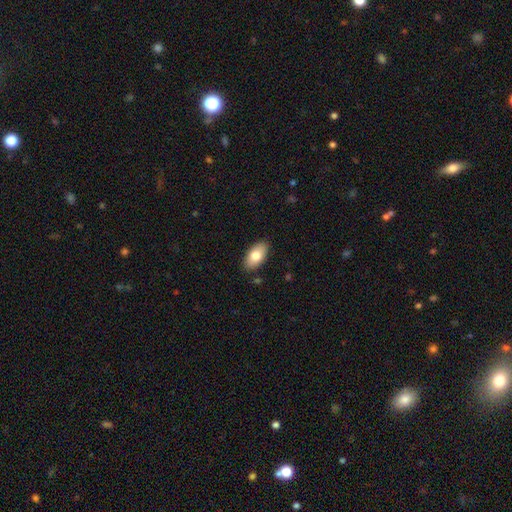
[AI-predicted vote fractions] Overall: smooth (78%). How rounded: in between (94%). Merging: none (87%).